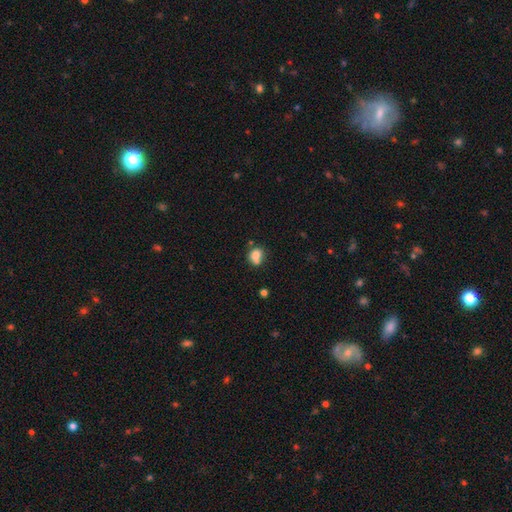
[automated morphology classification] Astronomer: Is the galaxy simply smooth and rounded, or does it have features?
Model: smooth — 79%.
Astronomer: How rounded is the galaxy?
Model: round — 57% (runner-up: in between, 42%).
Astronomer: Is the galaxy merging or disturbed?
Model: none — 46% (runner-up: merger, 23%).